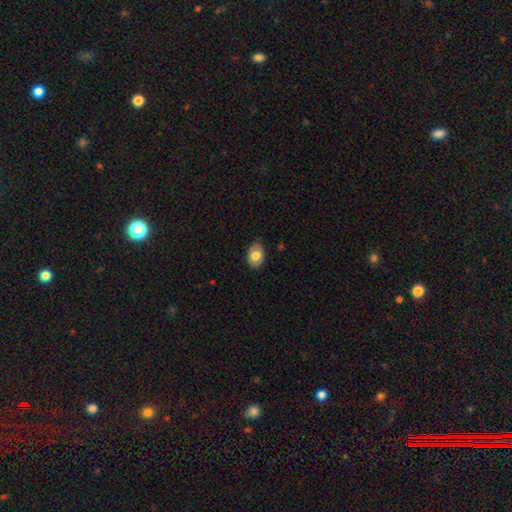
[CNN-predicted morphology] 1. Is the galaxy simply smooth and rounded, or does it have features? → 72% smooth, 21% featured or disk, 7% star or artifact.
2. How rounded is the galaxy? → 80% in between, 19% round, 1% cigar-shaped.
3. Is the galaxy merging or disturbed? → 82% none, 14% minor disturbance, 3% major disturbance, 1% merger.